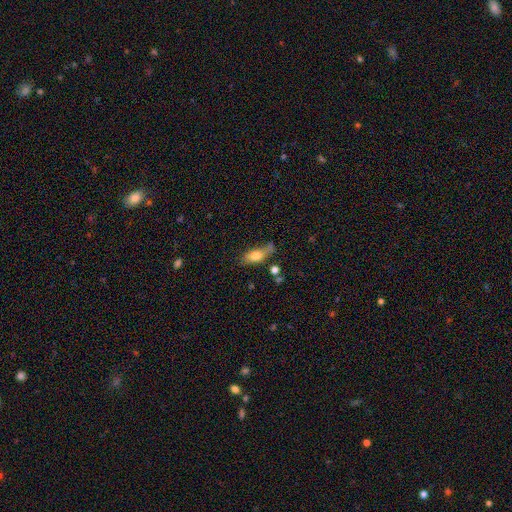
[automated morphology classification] The model was most divided on "merging": none: 50%, minor disturbance: 26%, merger: 14%, major disturbance: 11%. More confident: how rounded — in between (77%); smooth or featured — smooth (74%).